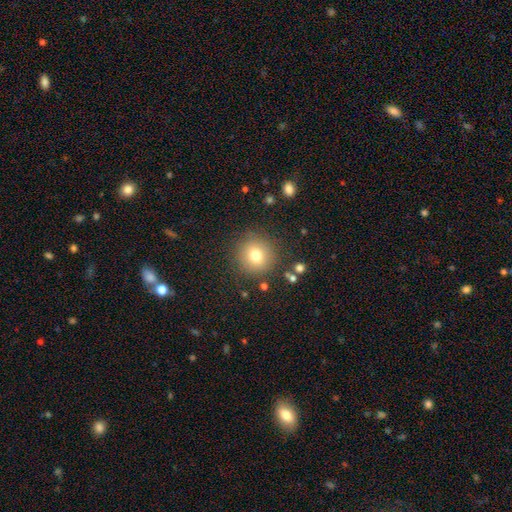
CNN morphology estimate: smooth 75%, star or artifact 13%, featured or disk 12%. Down the decision tree: how rounded — round (93%); merging — none (86%).